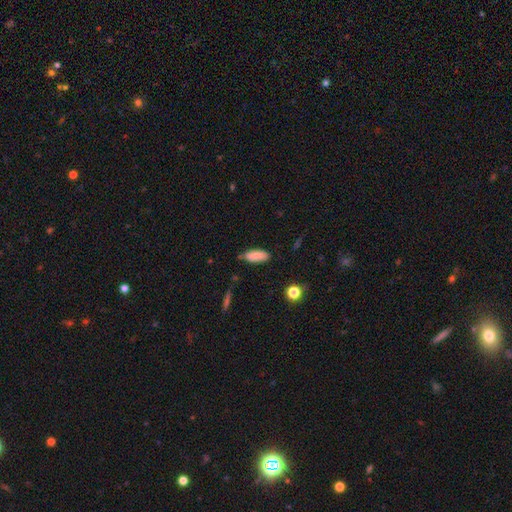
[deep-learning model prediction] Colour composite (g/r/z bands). It shows a smooth galaxy with no disk features (86%) that is in between round and cigar-shaped (73%). Merging: none (80%).